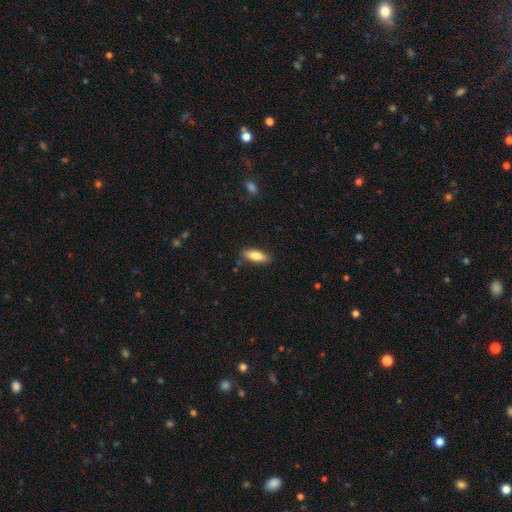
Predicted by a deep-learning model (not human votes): Smooth or featured?
  - smooth: 83% *
  - featured or disk: 11%
  - star or artifact: 7%
How rounded?
  - in between: 74% *
  - cigar-shaped: 24%
  - round: 2%
Merging?
  - none: 86% *
  - minor disturbance: 10%
  - major disturbance: 2%
  - merger: 2%